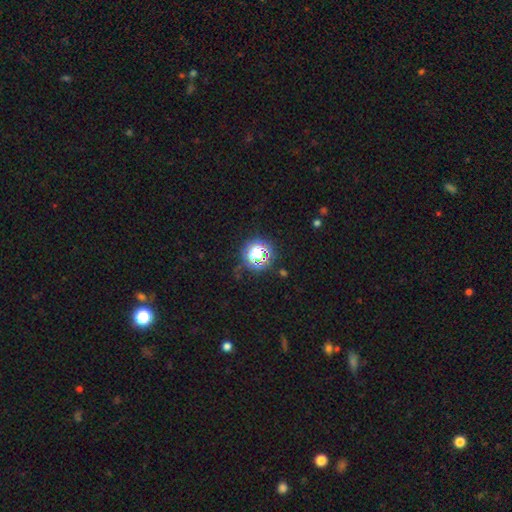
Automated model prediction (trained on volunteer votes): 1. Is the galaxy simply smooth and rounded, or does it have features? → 58% star or artifact, 31% smooth, 11% featured or disk.